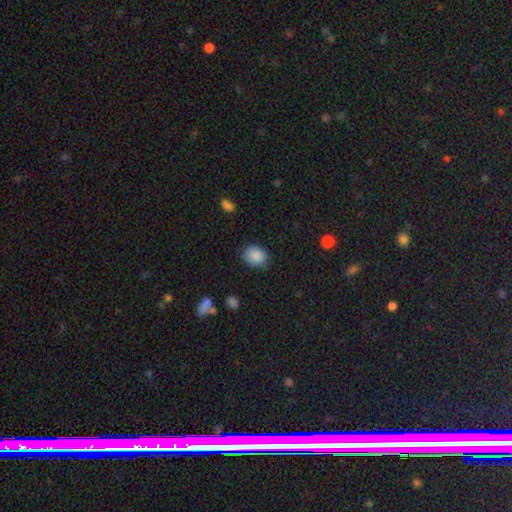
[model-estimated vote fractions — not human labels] Smooth or featured?
  - smooth: 87% *
  - star or artifact: 8%
  - featured or disk: 5%
How rounded?
  - round: 50% *
  - in between: 49%
  - cigar-shaped: 1%
Merging?
  - none: 80% *
  - minor disturbance: 15%
  - major disturbance: 3%
  - merger: 1%